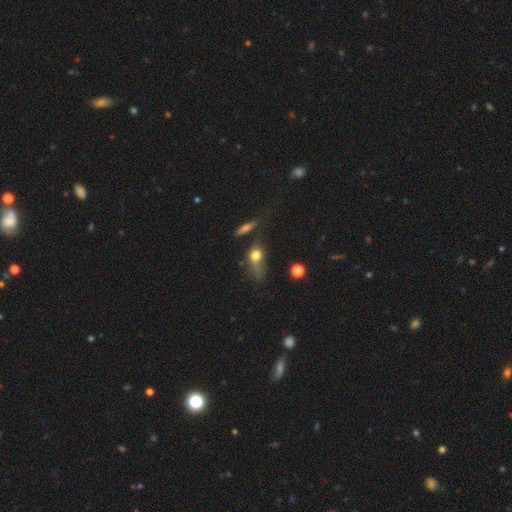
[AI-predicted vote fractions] Smooth or featured?
  - smooth: 63% *
  - featured or disk: 23%
  - star or artifact: 14%
How rounded?
  - in between: 54% *
  - round: 30%
  - cigar-shaped: 16%
Merging?
  - none: 34% *
  - major disturbance: 32%
  - minor disturbance: 23%
  - merger: 12%